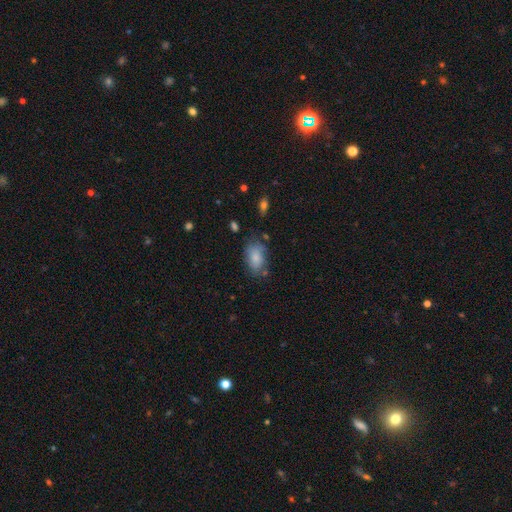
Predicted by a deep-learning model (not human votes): Smooth or featured? smooth (83%)
How rounded? in between (89%)
Merging? none (63%)